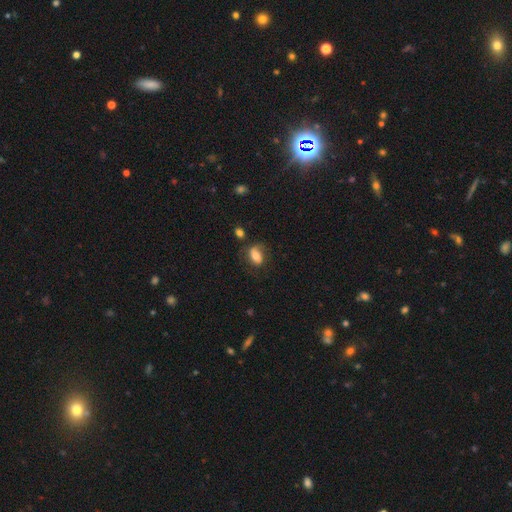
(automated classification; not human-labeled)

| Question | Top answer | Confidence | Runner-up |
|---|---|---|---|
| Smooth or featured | smooth | 67% | featured or disk (24%) |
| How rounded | in between | 79% | round (18%) |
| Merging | none | 55% | minor disturbance (27%) |